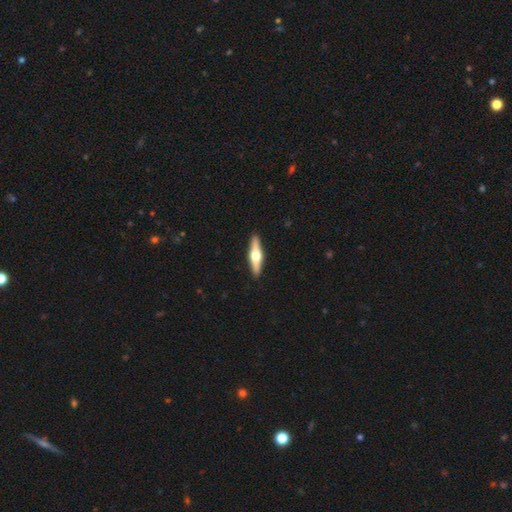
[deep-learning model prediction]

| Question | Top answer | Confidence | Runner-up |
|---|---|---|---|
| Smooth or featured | featured or disk | 64% | smooth (31%) |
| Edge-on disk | yes | 96% | no (4%) |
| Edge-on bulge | rounded | 96% | boxy (3%) |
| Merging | none | 92% | minor disturbance (6%) |